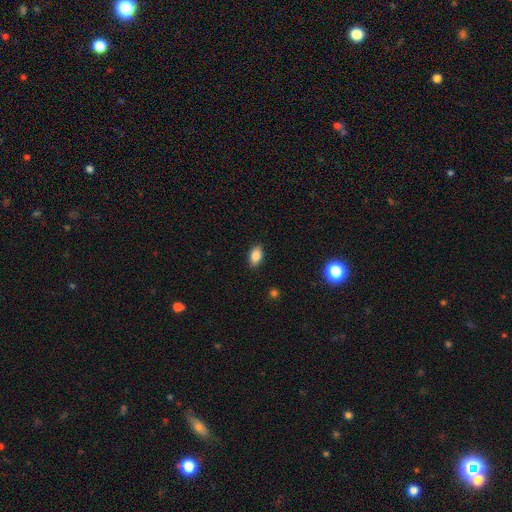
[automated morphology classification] Smooth or featured: smooth — 86% (star or artifact — 8%)
How rounded: in between — 91% (round — 7%)
Merging: none — 88% (minor disturbance — 9%)